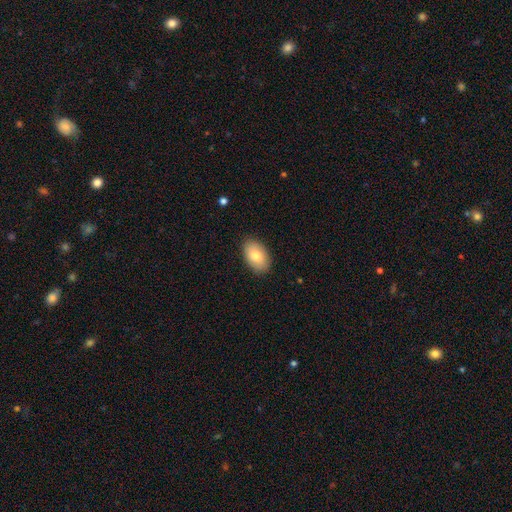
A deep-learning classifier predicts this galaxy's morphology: smooth_or_featured: smooth (p=0.82) [alt: featured or disk p=0.12]
how_rounded: in between (p=0.91) [alt: round p=0.07]
merging: none (p=0.88) [alt: minor disturbance p=0.09]